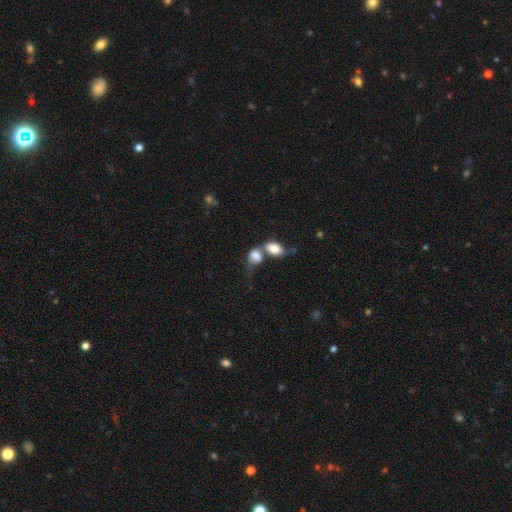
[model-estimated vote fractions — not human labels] This appears to be a smooth galaxy with no disk features (78%) that is in between round and cigar-shaped (75%). Merging: merger (67%).